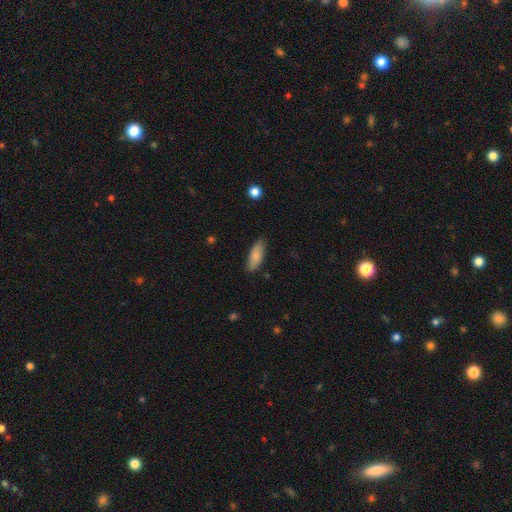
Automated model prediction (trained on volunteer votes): The model was most divided on "how rounded": in between: 71%, cigar-shaped: 27%, round: 2%. More confident: merging — none (84%); smooth or featured — smooth (79%).